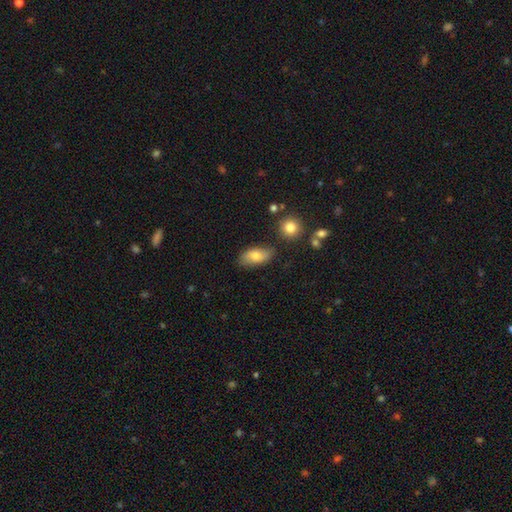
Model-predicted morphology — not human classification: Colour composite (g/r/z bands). It shows a smooth galaxy with no disk features (76%) that is in between round and cigar-shaped (90%). Merging: none (77%).